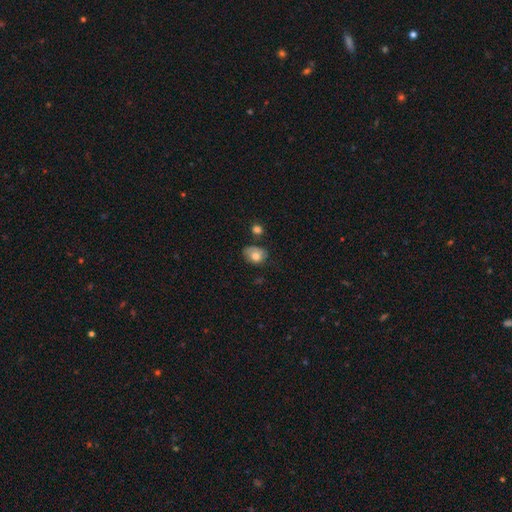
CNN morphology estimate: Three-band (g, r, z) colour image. It shows a smooth galaxy with no disk features (71%) that is in between round and cigar-shaped (62%). Merging: none (45%).